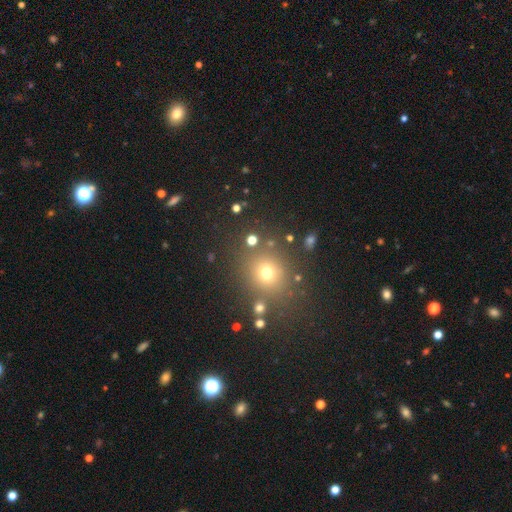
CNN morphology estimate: The model was most divided on "smooth or featured": smooth: 51%, star or artifact: 39%, featured or disk: 10%. More confident: merging — none (82%); how rounded — round (77%).